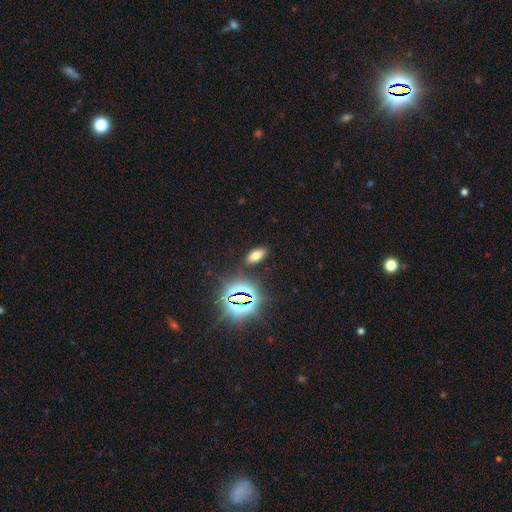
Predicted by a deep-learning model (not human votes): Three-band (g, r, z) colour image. It shows a smooth galaxy with no disk features (64%) that is in between round and cigar-shaped (89%). Merging: none (88%).